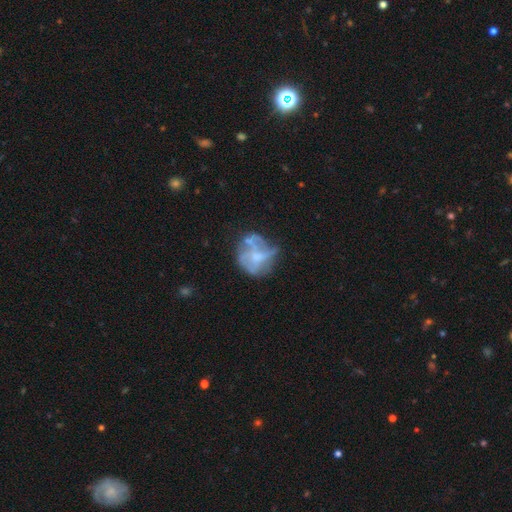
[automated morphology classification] A featured or disk galaxy (61%) with no bar (76%), no spiral arms (66%) and a moderate central bulge (38%). Merging: none (46%).